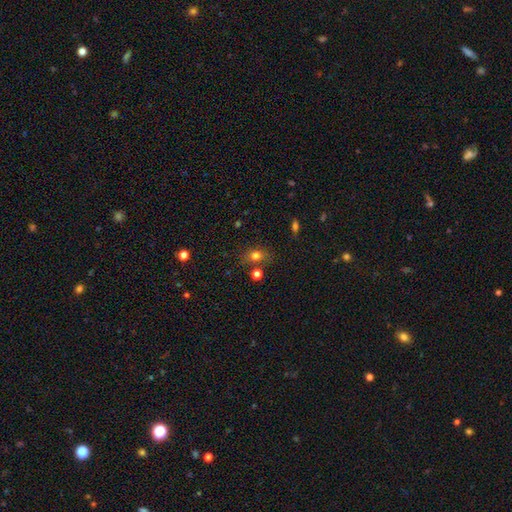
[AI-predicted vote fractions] Morphology: type=smooth (77%); roundness=in between (53%); merging=none (68%).